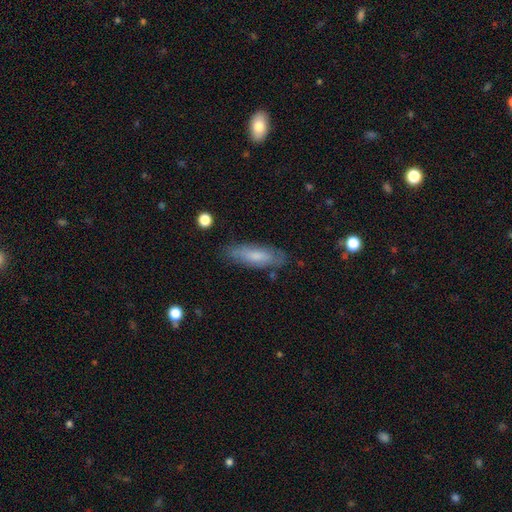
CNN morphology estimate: A smooth galaxy with no disk features (67%) that is in between round and cigar-shaped (53%).

Vote fractions:
- Smooth or featured? smooth: 67% / featured or disk: 27% / star or artifact: 6%
- How rounded? in between: 53% / cigar-shaped: 45% / round: 2%
- Merging? none: 79% / minor disturbance: 15% / major disturbance: 4% / merger: 2%